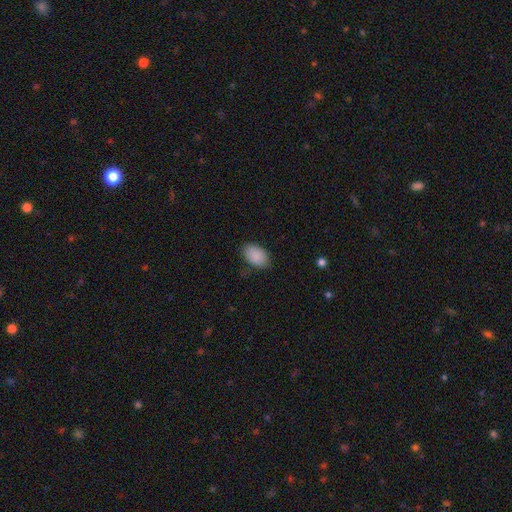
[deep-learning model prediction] Overall: smooth (90%). How rounded: in between (91%). Merging: none (83%).